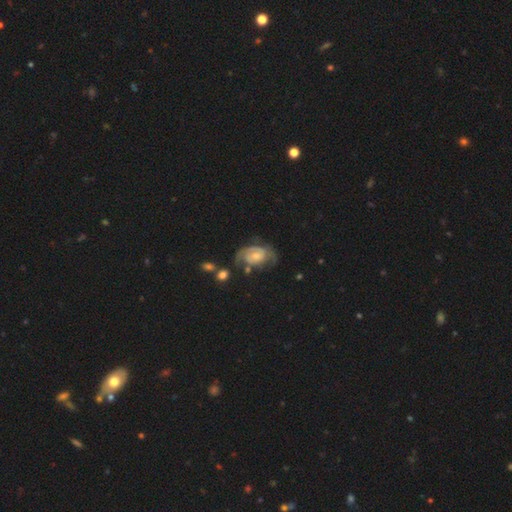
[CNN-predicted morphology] Smooth or featured?
  - featured or disk: 73% *
  - smooth: 21%
  - star or artifact: 6%
Edge-on disk?
  - no: 97% *
  - yes: 3%
Bar?
  - no: 67% *
  - weak: 28%
  - strong: 5%
Spiral arms?
  - yes: 83% *
  - no: 17%
Spiral winding?
  - tight: 51% *
  - medium: 35%
  - loose: 15%
Spiral arm count?
  - 2: 47% *
  - can't tell: 26%
  - 1: 17%
  - 3: 5%
  - 4: 2%
  - more than 4: 2%
Bulge size?
  - moderate: 44% *
  - small: 38%
  - large: 10%
  - none: 7%
  - dominant: 2%
Merging?
  - none: 43% *
  - minor disturbance: 26%
  - major disturbance: 23%
  - merger: 7%